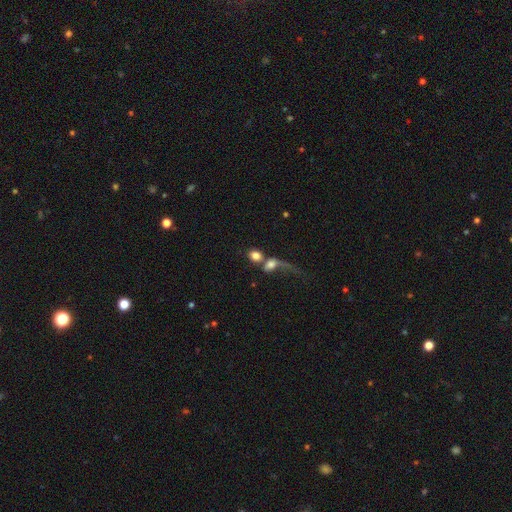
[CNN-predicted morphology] The model was most divided on "how rounded": round: 54%, in between: 43%, cigar-shaped: 3%. More confident: smooth or featured — smooth (75%); merging — merger (53%).